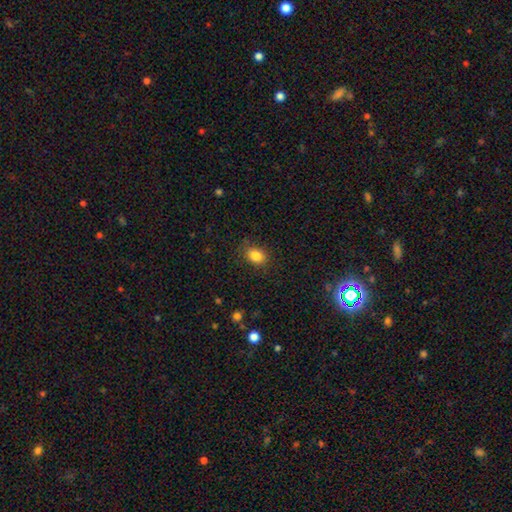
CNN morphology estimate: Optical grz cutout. It shows a smooth galaxy with no disk features (84%) that is in between round and cigar-shaped (60%). Merging: none (83%).